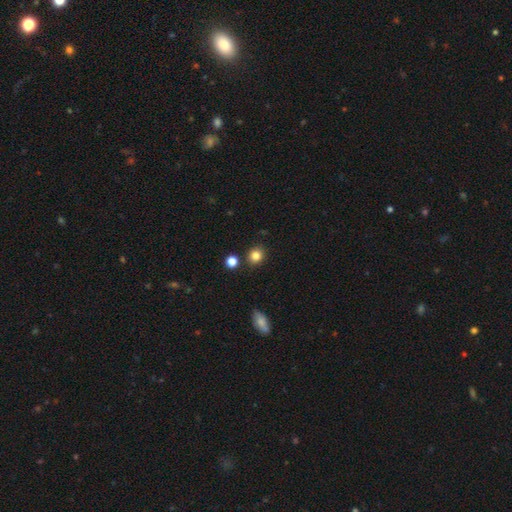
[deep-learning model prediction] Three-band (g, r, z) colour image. It shows a smooth galaxy with no disk features (83%) that is round (77%). Merging: none (85%).